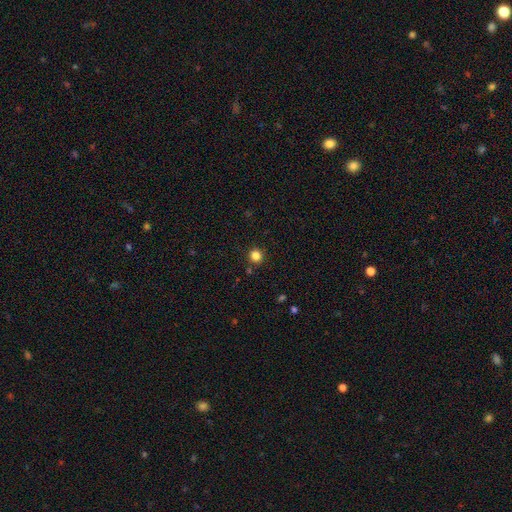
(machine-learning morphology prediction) The model was most divided on "smooth or featured": smooth: 83%, star or artifact: 13%, featured or disk: 4%. More confident: how rounded — round (93%); merging — none (89%).